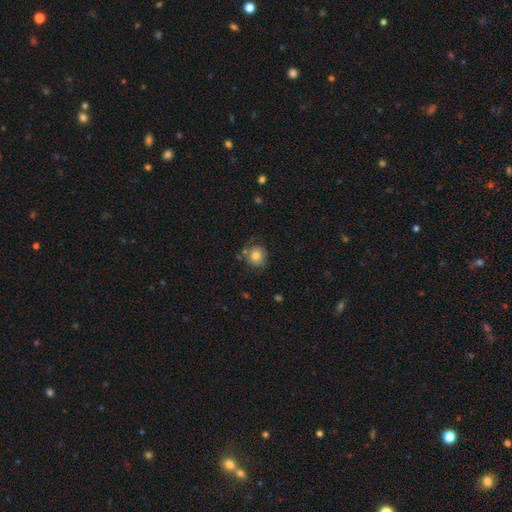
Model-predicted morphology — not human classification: Q: Smooth or featured?
A: smooth (76%); runner-up: featured or disk (15%)
Q: How rounded?
A: round (81%); runner-up: in between (18%)
Q: Merging?
A: none (65%); runner-up: minor disturbance (21%)